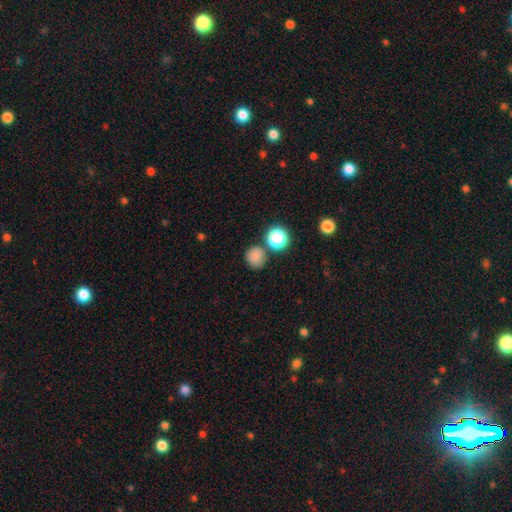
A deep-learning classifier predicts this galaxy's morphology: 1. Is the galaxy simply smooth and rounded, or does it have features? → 80% smooth, 15% star or artifact, 5% featured or disk.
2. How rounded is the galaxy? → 89% round, 10% in between, 1% cigar-shaped.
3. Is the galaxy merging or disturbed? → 73% none, 12% merger, 11% minor disturbance, 4% major disturbance.